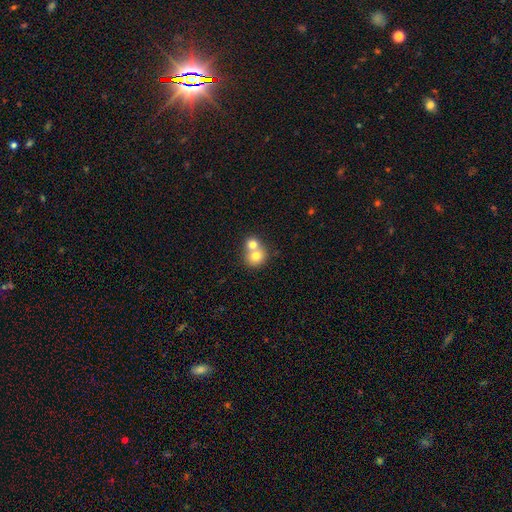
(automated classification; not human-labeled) Morphology: type=smooth (72%); roundness=round (78%); merging=merger (65%).